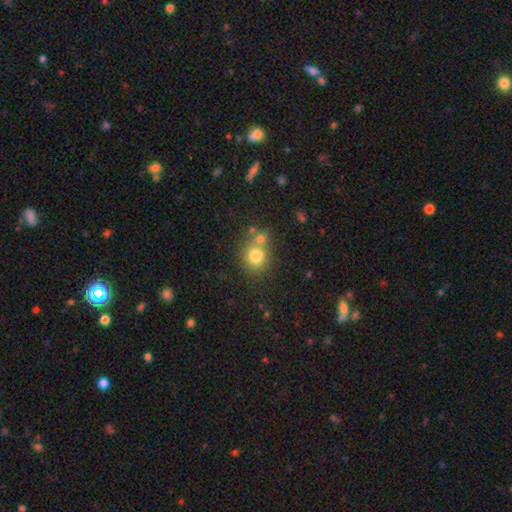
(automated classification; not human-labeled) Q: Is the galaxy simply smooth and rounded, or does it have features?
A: smooth — 77%.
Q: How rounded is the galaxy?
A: round — 78%.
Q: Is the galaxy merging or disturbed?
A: none — 51%.